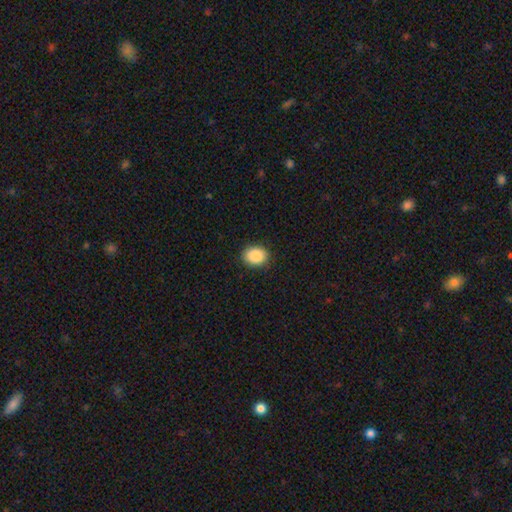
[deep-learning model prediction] Q: Smooth or featured?
A: smooth (89%); runner-up: star or artifact (8%)
Q: How rounded?
A: round (51%); runner-up: in between (48%)
Q: Merging?
A: none (88%); runner-up: minor disturbance (9%)